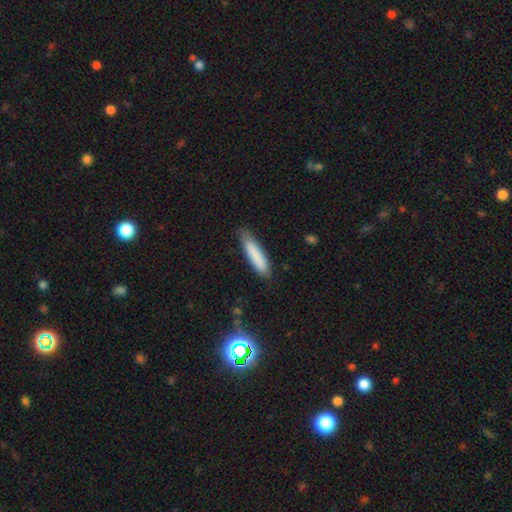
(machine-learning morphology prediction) type=smooth (83%); roundness=cigar-shaped (81%); merging=none (81%).